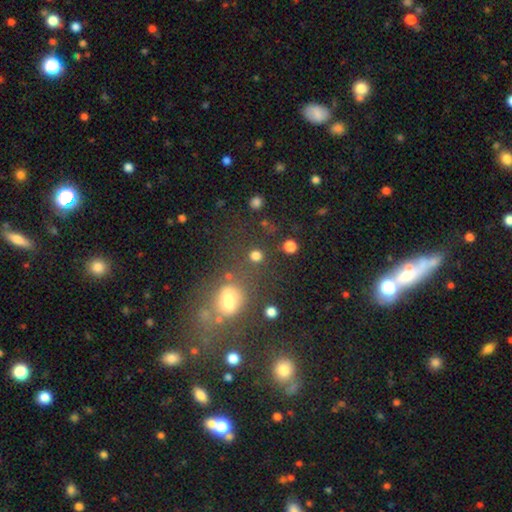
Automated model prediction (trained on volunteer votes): The model was most divided on "smooth or featured": smooth: 78%, star or artifact: 16%, featured or disk: 6%. More confident: how rounded — round (87%); merging — none (74%).